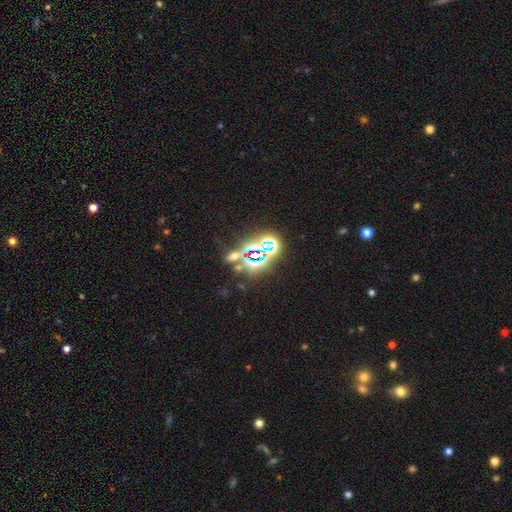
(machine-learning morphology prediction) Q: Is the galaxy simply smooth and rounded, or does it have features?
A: star or artifact — 72%.